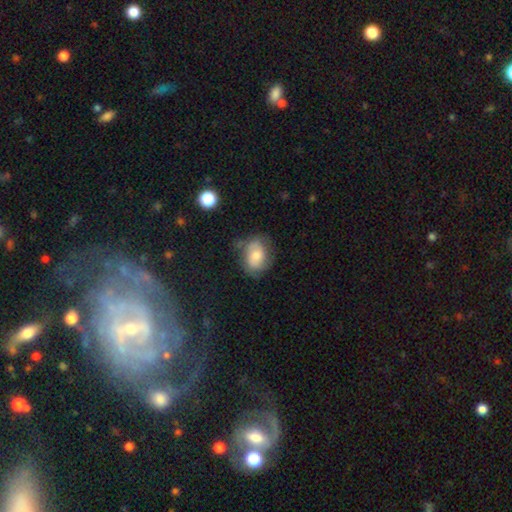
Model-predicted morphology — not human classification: Smooth or featured? smooth (64%)
How rounded? in between (72%)
Merging? none (56%)